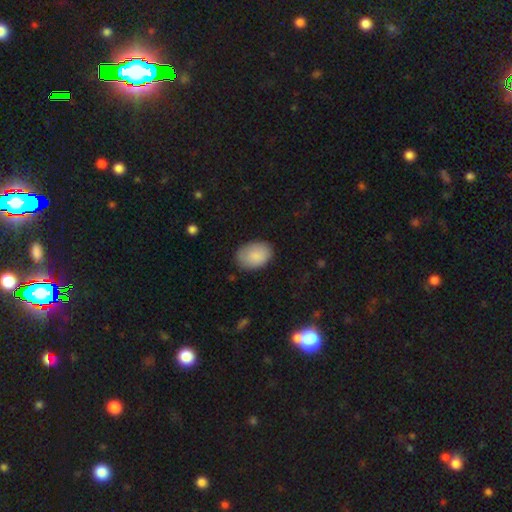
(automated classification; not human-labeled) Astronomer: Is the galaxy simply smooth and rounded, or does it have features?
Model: smooth — 88%.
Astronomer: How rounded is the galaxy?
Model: in between — 83%.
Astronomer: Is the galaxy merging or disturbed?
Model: none — 79%.